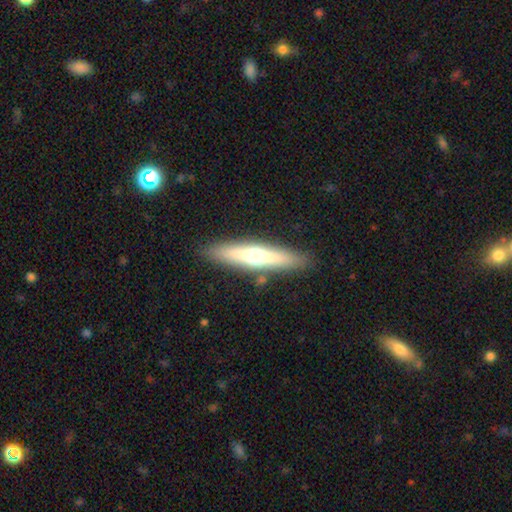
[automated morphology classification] type=featured or disk (47%); merging=none (87%).